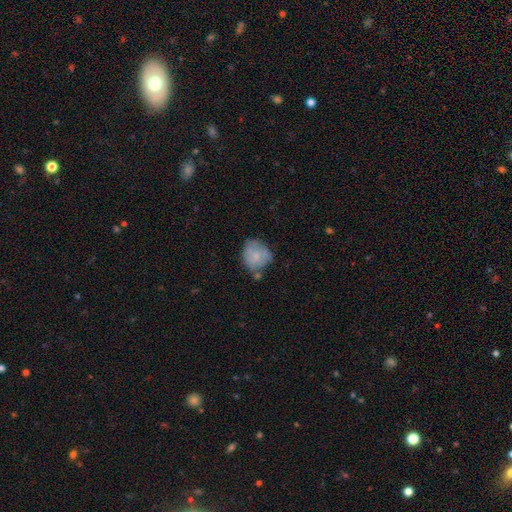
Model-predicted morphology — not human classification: Overall: smooth (66%; featured or disk 27%). How rounded: round (69%; in between 30%). Merging: none (47%; minor disturbance 31%).